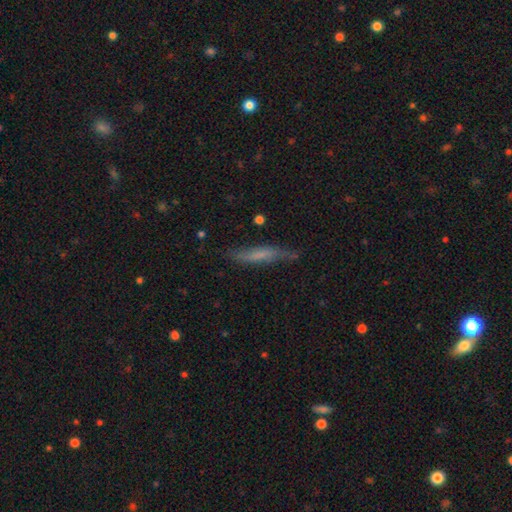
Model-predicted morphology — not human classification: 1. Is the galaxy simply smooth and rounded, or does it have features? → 55% smooth, 37% featured or disk, 8% star or artifact.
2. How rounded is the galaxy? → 86% cigar-shaped, 12% in between, 2% round.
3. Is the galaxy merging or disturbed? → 68% none, 23% minor disturbance, 6% major disturbance, 2% merger.